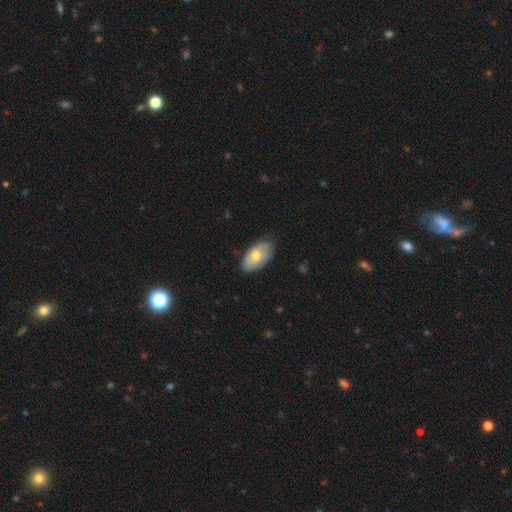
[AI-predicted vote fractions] smooth_or_featured: smooth (p=0.63) [alt: featured or disk p=0.32]
how_rounded: in between (p=0.94) [alt: round p=0.04]
merging: none (p=0.75) [alt: minor disturbance p=0.21]